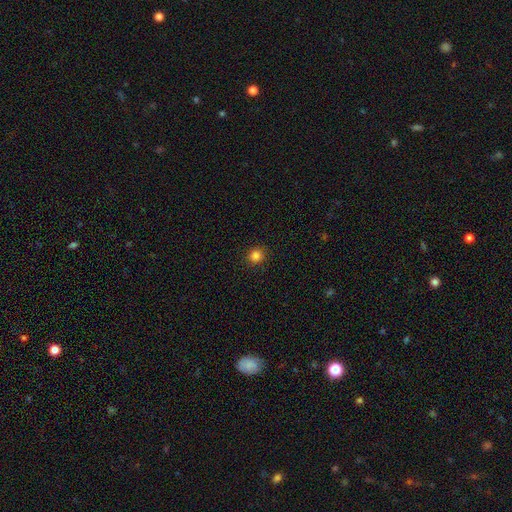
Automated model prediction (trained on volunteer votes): Smooth or featured: smooth — 84% (star or artifact — 12%)
How rounded: round — 87% (in between — 12%)
Merging: none — 90% (minor disturbance — 7%)